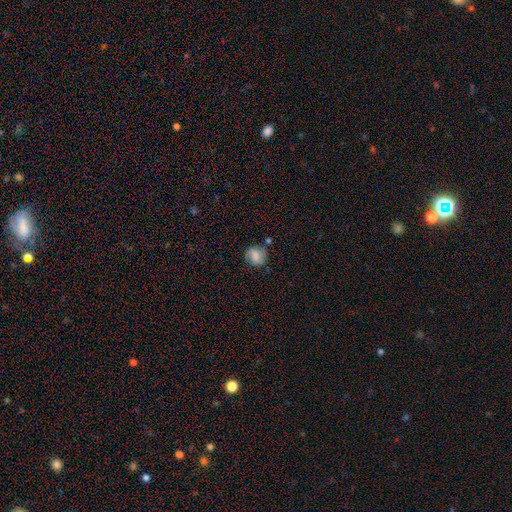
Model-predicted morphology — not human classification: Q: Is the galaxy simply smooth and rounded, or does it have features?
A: smooth — 60%.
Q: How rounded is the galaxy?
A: round — 78%.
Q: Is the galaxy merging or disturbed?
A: none — 66%.